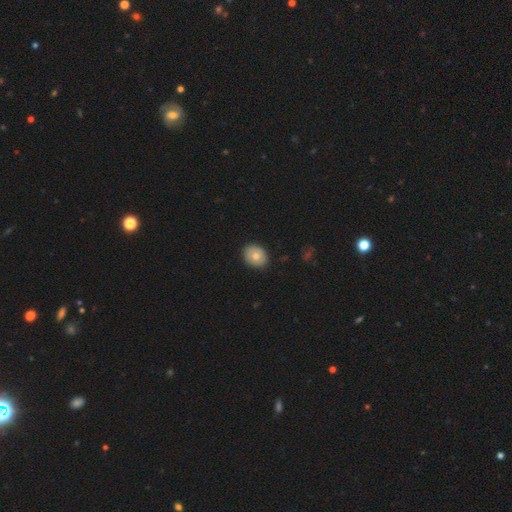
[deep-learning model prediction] This is likely a smooth galaxy (73%). How rounded: possibly round (54%). Merging: clearly none (86%).